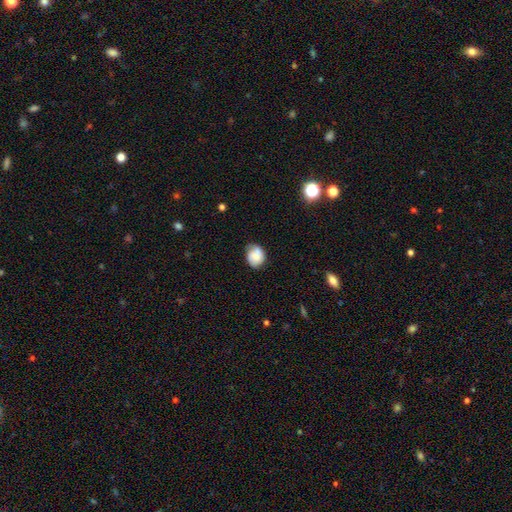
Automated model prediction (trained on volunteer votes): Smooth or featured? smooth (74%)
How rounded? round (65%)
Merging? none (63%)